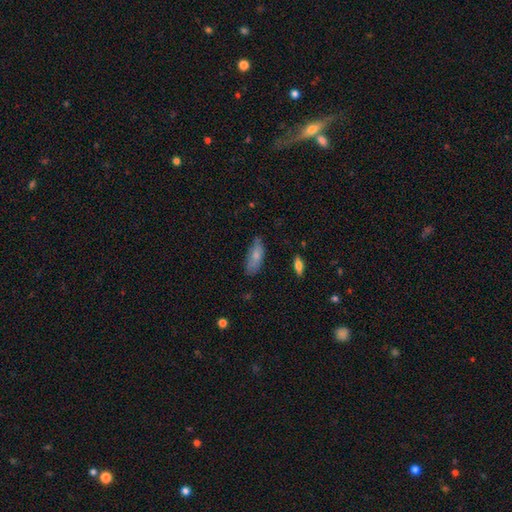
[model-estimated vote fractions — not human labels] Overall: smooth (72%). How rounded: in between (75%). Merging: none (64%; minor disturbance 28%).